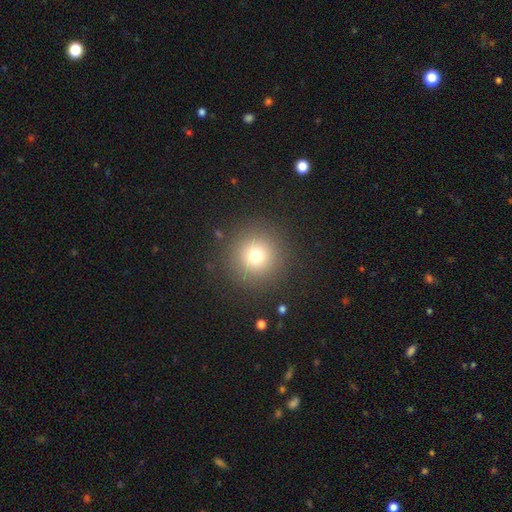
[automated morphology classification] Overall: smooth (74%). How rounded: round (96%). Merging: none (89%).